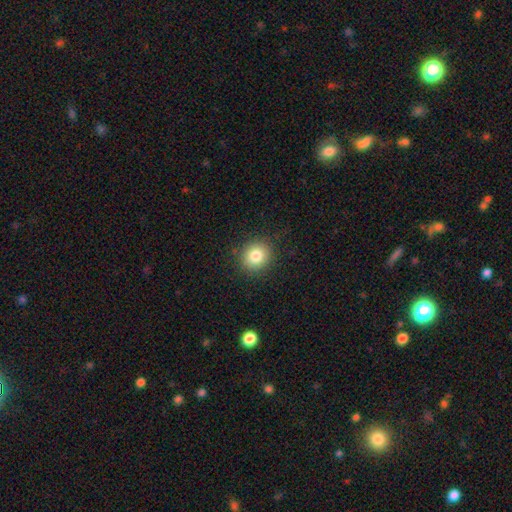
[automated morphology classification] This appears to be a smooth galaxy with no disk features (81%) that is round (83%). Merging: none (89%).